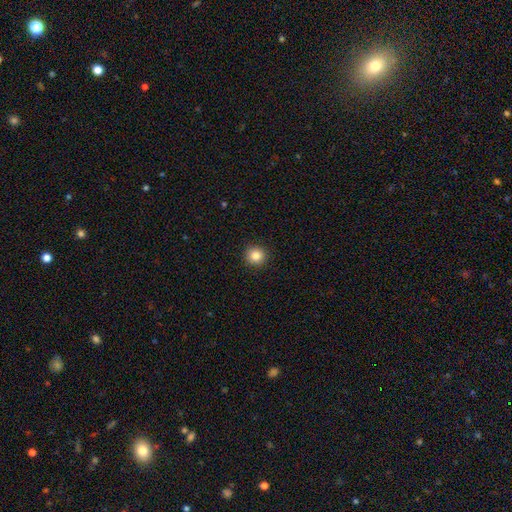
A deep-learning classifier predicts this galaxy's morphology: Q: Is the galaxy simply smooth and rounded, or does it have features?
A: smooth — 85%.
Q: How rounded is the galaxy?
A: round — 94%.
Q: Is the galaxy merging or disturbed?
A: none — 92%.